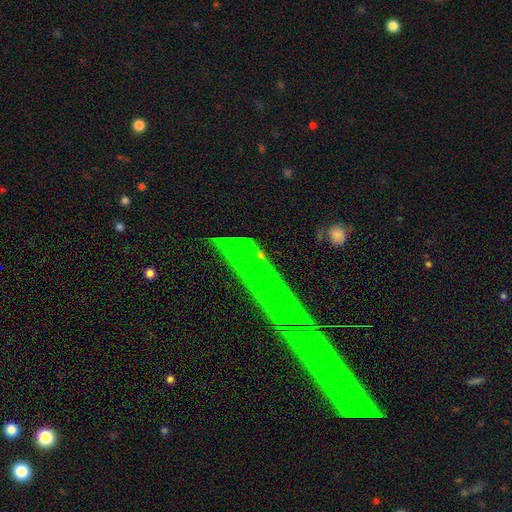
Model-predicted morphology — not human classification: smooth-or-featured: star or artifact: 51% | featured or disk: 26% | smooth: 23%